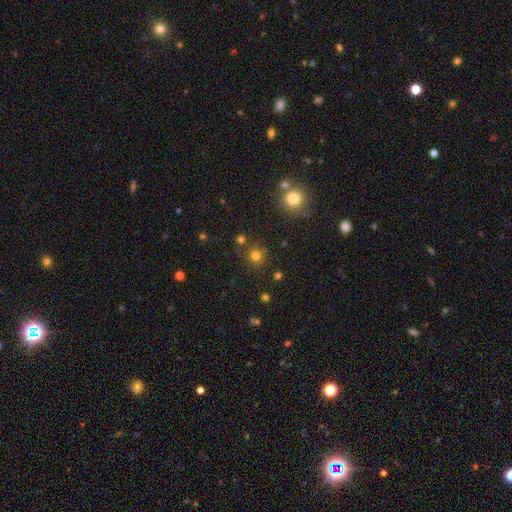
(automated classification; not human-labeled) A smooth galaxy with no disk features (75%) that is round (93%).

Vote fractions:
- Smooth or featured? smooth: 75% / star or artifact: 19% / featured or disk: 6%
- How rounded? round: 93% / in between: 6% / cigar-shaped: 1%
- Merging? none: 82% / minor disturbance: 8% / merger: 7% / major disturbance: 3%